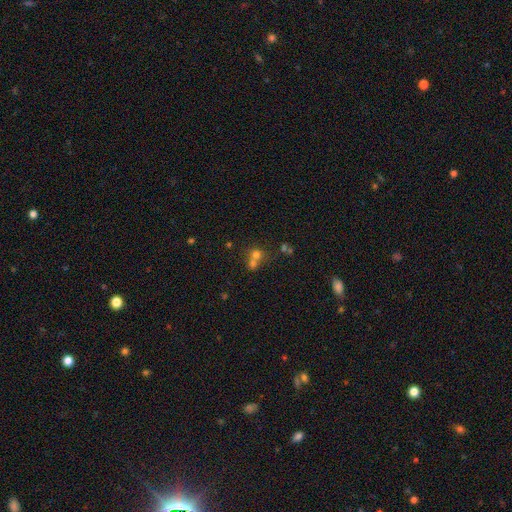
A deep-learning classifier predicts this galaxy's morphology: The model was most divided on "merging": merger: 53%, none: 38%, minor disturbance: 5%, major disturbance: 3%. More confident: how rounded — round (83%); smooth or featured — smooth (64%).